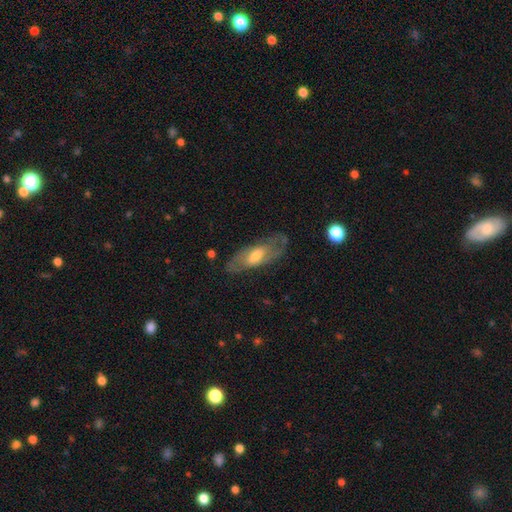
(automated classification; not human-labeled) Smooth or featured: featured or disk — 59% (smooth — 34%)
Edge-on disk: no — 76% (yes — 24%)
Merging: none — 73% (minor disturbance — 18%)